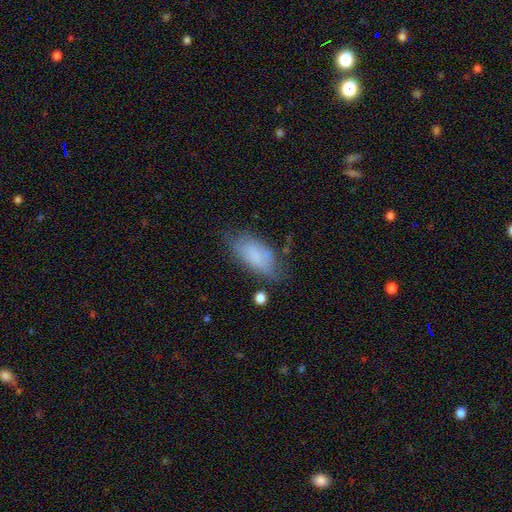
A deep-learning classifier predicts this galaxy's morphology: This is likely a smooth galaxy (74%). How rounded: clearly in between (90%). Merging: possibly none (58%).